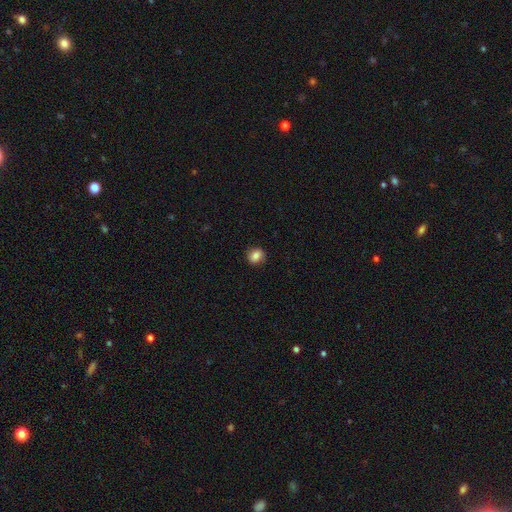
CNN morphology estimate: Q: Smooth or featured?
A: smooth (78%); runner-up: featured or disk (12%)
Q: How rounded?
A: round (77%); runner-up: in between (22%)
Q: Merging?
A: none (86%); runner-up: minor disturbance (11%)